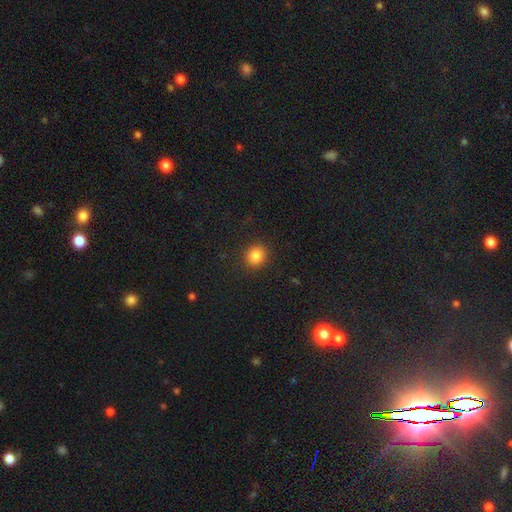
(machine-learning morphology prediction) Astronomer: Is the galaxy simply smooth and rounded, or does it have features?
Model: smooth — 85%.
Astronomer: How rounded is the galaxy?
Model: round — 82%.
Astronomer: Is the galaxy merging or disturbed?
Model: none — 90%.